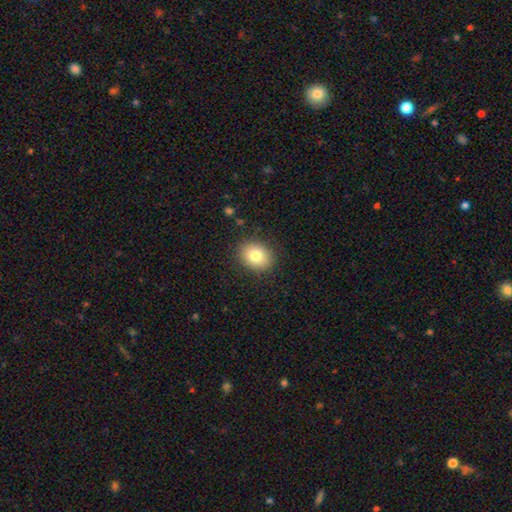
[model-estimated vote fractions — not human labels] This is clearly a smooth galaxy (81%). How rounded: possibly round (54%). Merging: clearly none (88%).